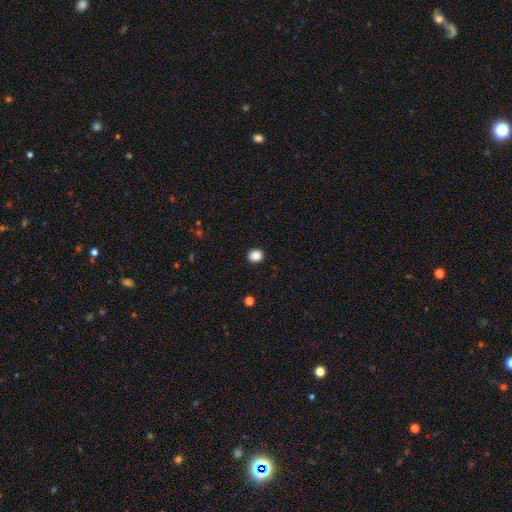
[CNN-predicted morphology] This is clearly a smooth galaxy (88%). How rounded: likely round (72%). Merging: clearly none (91%).